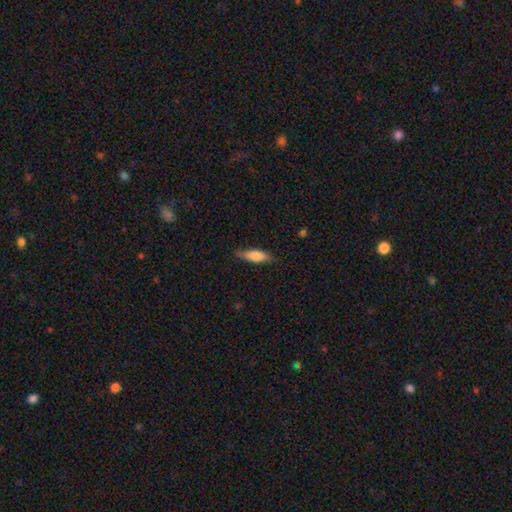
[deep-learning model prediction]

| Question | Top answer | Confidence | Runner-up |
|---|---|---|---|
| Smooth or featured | smooth | 72% | featured or disk (22%) |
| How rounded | cigar-shaped | 55% | in between (43%) |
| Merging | none | 80% | minor disturbance (16%) |